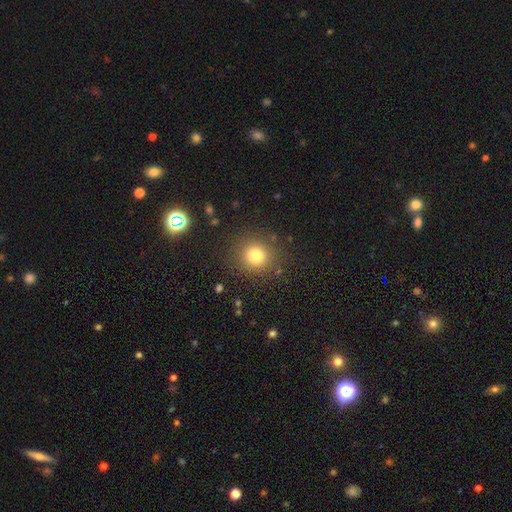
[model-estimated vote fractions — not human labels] A smooth galaxy with no disk features (79%) that is round (88%).

Vote fractions:
- Smooth or featured? smooth: 79% / star or artifact: 14% / featured or disk: 7%
- How rounded? round: 88% / in between: 11% / cigar-shaped: 1%
- Merging? none: 86% / minor disturbance: 8% / major disturbance: 4% / merger: 2%